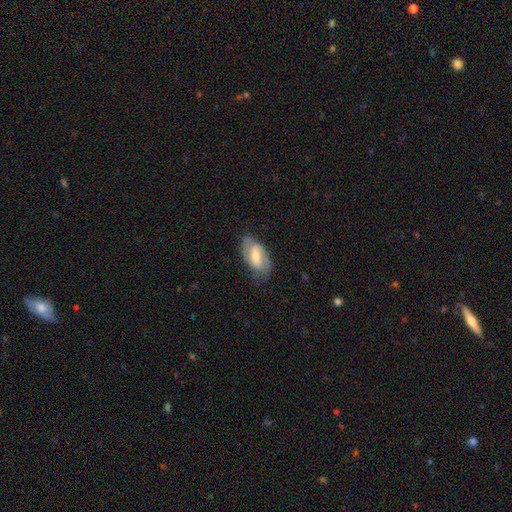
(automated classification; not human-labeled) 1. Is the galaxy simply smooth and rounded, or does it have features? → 70% featured or disk, 25% smooth, 6% star or artifact.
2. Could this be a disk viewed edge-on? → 94% no, 6% yes.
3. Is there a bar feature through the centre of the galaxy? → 46% weak, 34% strong, 20% no.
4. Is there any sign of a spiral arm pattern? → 88% yes, 12% no.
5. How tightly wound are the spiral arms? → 47% medium, 34% tight, 19% loose.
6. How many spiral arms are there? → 82% 2, 10% can't tell, 4% 1, 2% 3, 1% 4, 1% more than 4.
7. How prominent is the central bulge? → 53% moderate, 32% small, 9% large, 4% none, 1% dominant.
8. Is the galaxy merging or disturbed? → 73% none, 19% minor disturbance, 7% major disturbance, 1% merger.